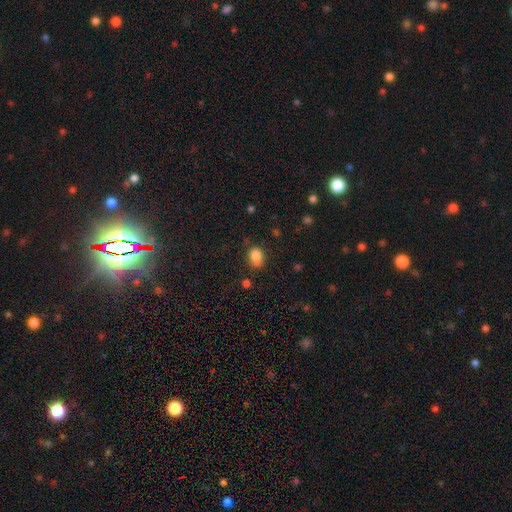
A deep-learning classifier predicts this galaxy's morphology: Smooth or featured? smooth (84%)
How rounded? in between (53%)
Merging? none (61%)